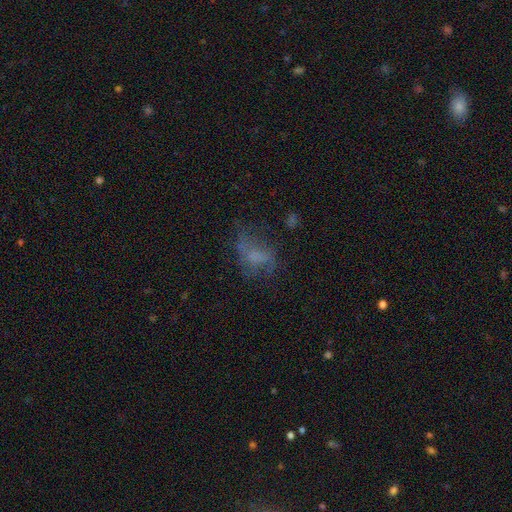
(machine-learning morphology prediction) Smooth or featured? smooth (44%)
Merging? none (42%)